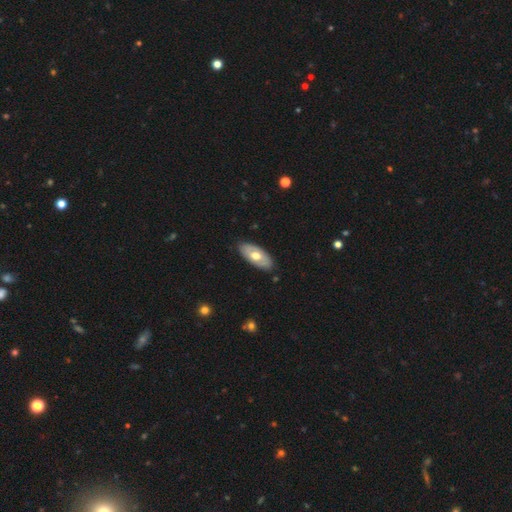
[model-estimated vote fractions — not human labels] Smooth or featured? Predicted: smooth (p=0.53). How rounded? Predicted: in between (p=0.90). Merging? Predicted: none (p=0.86).